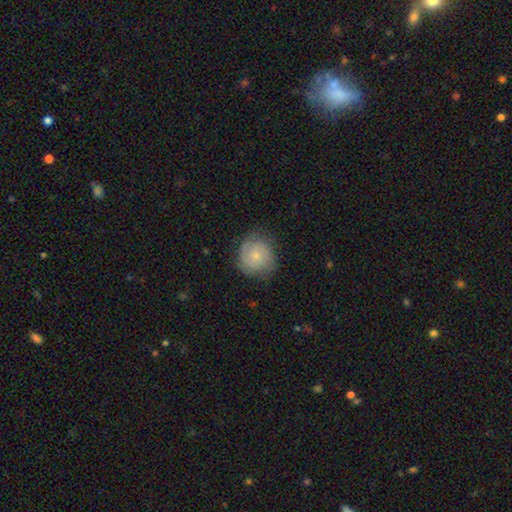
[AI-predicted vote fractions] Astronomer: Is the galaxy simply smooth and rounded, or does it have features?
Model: smooth — 49% (runner-up: featured or disk, 44%).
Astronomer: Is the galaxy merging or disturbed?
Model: none — 72%.